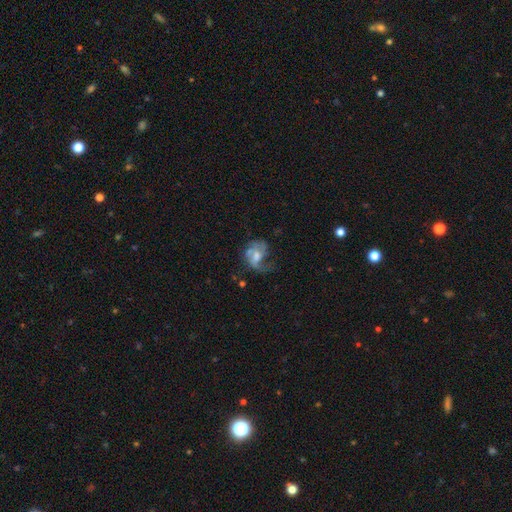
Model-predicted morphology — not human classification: type=featured or disk (62%); edge-on=no (98%); bar=no (61%); spiral arms=yes (70%); bulge=moderate (49%); merging=major disturbance (43%).